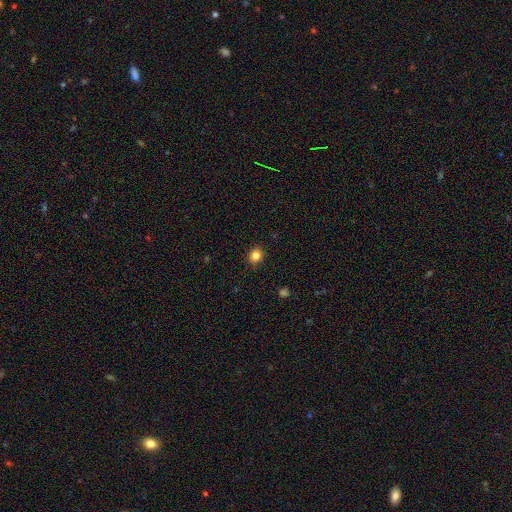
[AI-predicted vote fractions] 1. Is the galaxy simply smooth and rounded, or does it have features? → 83% smooth, 12% star or artifact, 5% featured or disk.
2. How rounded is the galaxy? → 83% round, 16% in between, 1% cigar-shaped.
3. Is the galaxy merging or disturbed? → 91% none, 6% minor disturbance, 2% major disturbance, 1% merger.